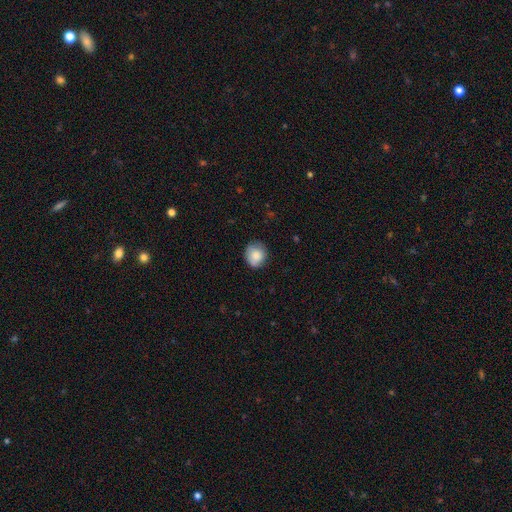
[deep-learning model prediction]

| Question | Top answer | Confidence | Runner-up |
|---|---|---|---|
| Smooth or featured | smooth | 82% | featured or disk (10%) |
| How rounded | round | 79% | in between (20%) |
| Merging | none | 76% | minor disturbance (20%) |